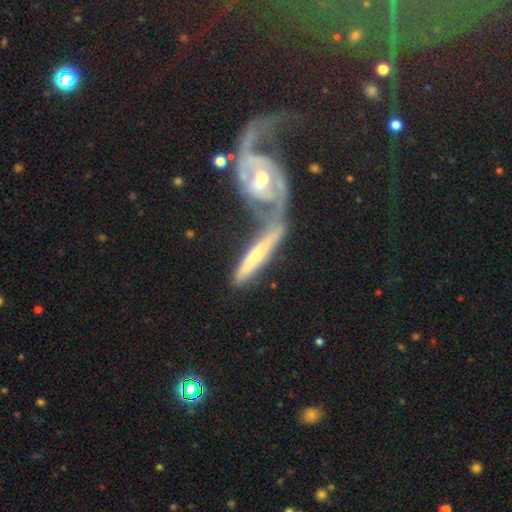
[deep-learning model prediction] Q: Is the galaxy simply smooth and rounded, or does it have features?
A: featured or disk — 59%.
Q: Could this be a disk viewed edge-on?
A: yes — 60%.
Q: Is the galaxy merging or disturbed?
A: merger — 55%.